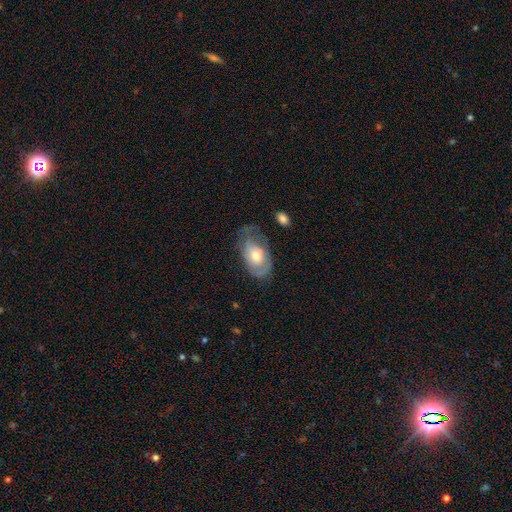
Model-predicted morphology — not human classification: smooth 49%, featured or disk 44%, star or artifact 6%. Down the decision tree: merging — none (43%).